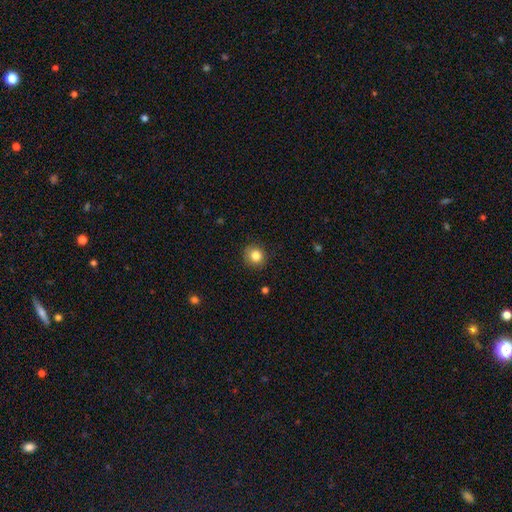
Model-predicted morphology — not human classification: Smooth or featured? Predicted: smooth (p=0.84). How rounded? Predicted: round (p=0.87). Merging? Predicted: none (p=0.86).